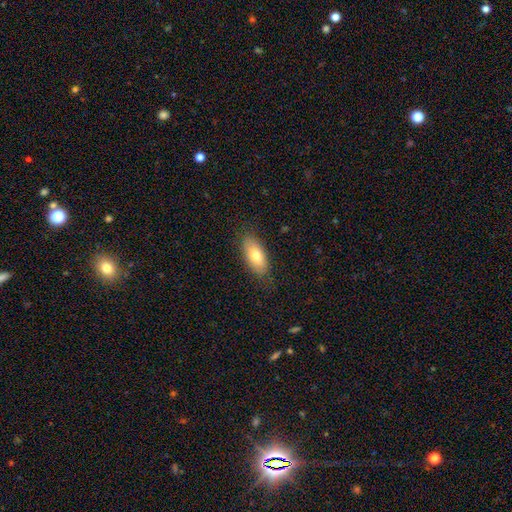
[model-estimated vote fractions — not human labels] smooth-or-featured: smooth: 75% | featured or disk: 18% | star or artifact: 7%
  how-rounded: in between: 87% | cigar-shaped: 10% | round: 3%
  merging: none: 83% | minor disturbance: 13% | major disturbance: 3% | merger: 1%